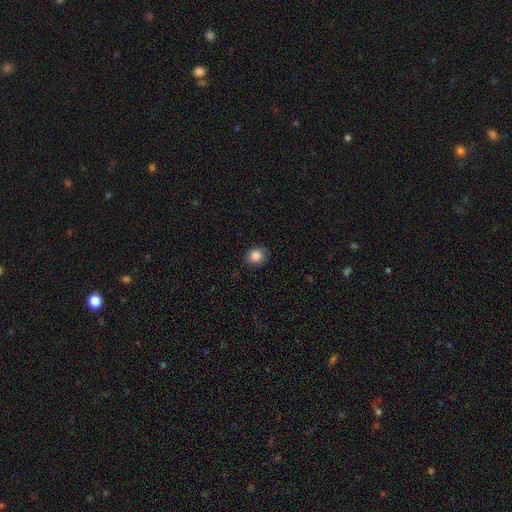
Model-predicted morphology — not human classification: This appears to be a smooth galaxy with no disk features (86%) that is round (77%). Merging: none (83%).